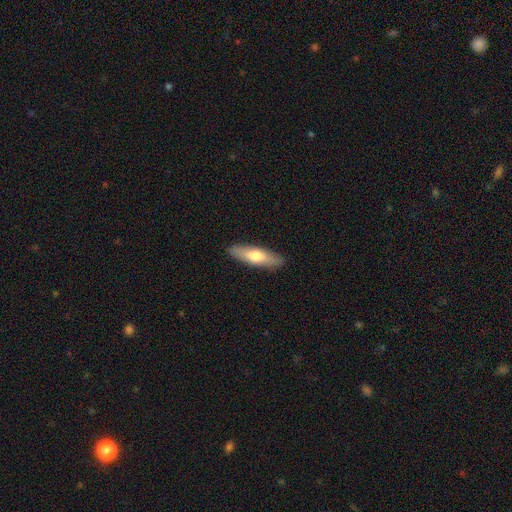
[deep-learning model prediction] Morphology: type=smooth (64%); roundness=cigar-shaped (57%); merging=none (88%).